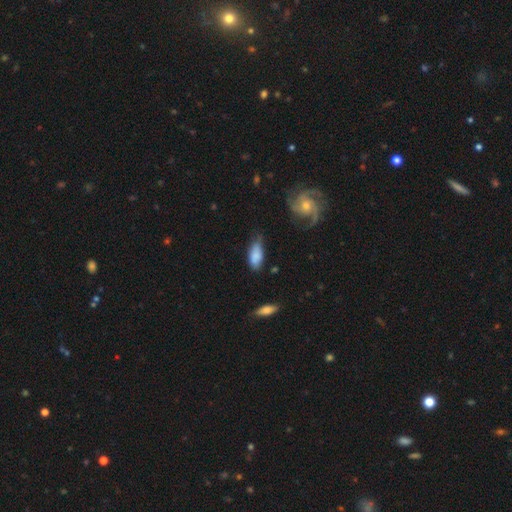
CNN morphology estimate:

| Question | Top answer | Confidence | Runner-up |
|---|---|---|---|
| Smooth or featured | smooth | 78% | featured or disk (15%) |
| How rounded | in between | 82% | cigar-shaped (15%) |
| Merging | none | 45% | minor disturbance (40%) |